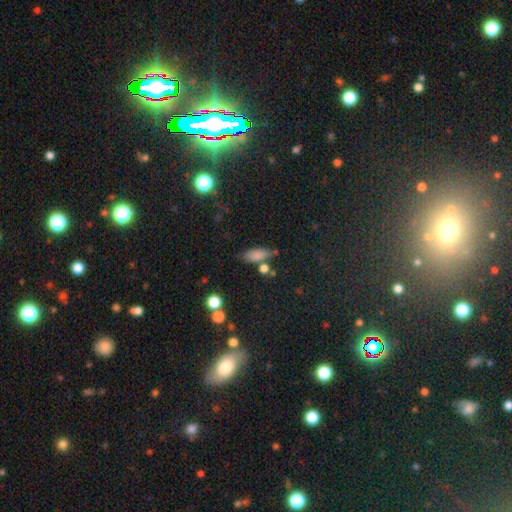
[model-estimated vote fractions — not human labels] A smooth galaxy with no disk features (79%) that is in between round and cigar-shaped (76%).

Vote fractions:
- Smooth or featured? smooth: 79% / star or artifact: 13% / featured or disk: 8%
- How rounded? in between: 76% / cigar-shaped: 19% / round: 5%
- Merging? none: 65% / minor disturbance: 18% / merger: 11% / major disturbance: 6%